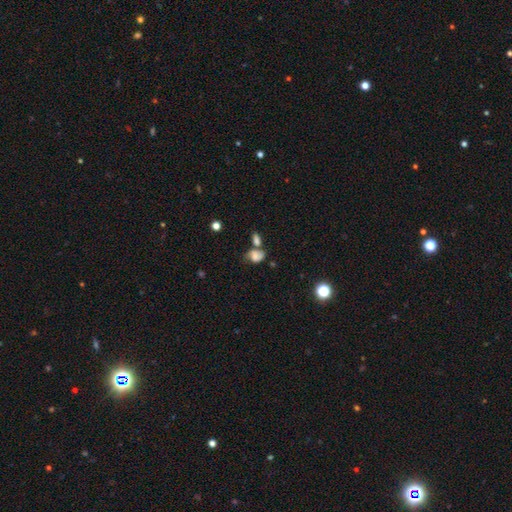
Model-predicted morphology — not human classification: type=smooth (58%); roundness=in between (73%); merging=merger (40%).